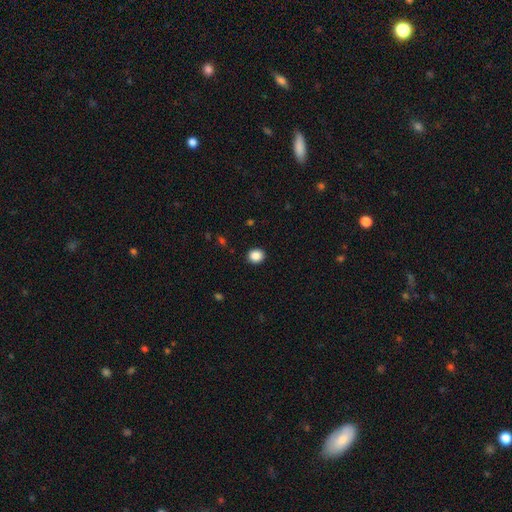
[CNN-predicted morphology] Smooth or featured: smooth — 88% (star or artifact — 9%)
How rounded: round — 76% (in between — 23%)
Merging: none — 91% (minor disturbance — 6%)